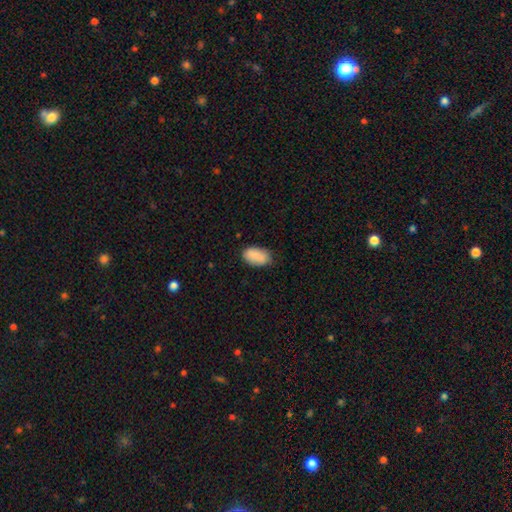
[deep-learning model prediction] A smooth galaxy with no disk features (88%) that is in between round and cigar-shaped (94%). Merging: none (79%).